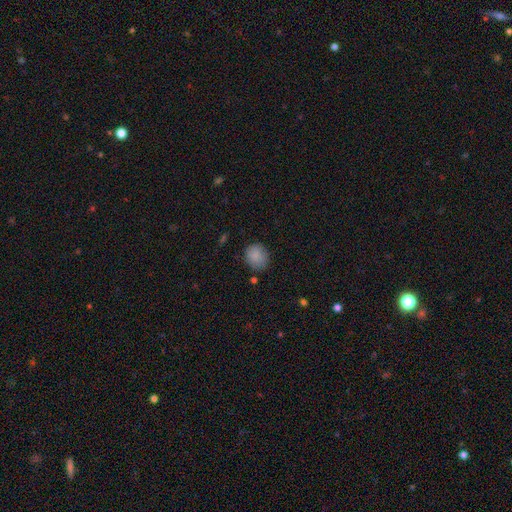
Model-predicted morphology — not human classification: This is clearly a smooth galaxy (87%). How rounded: clearly round (81%). Merging: likely none (79%).